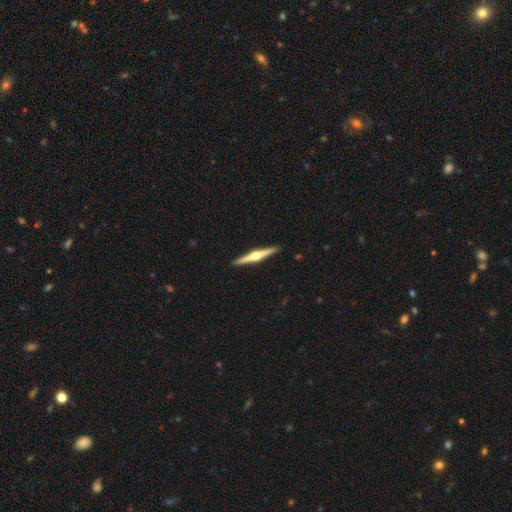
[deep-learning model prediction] The model was most divided on "smooth or featured": featured or disk: 77%, smooth: 19%, star or artifact: 4%. More confident: edge-on disk — yes (99%); edge-on bulge — rounded (93%); merging — none (92%).